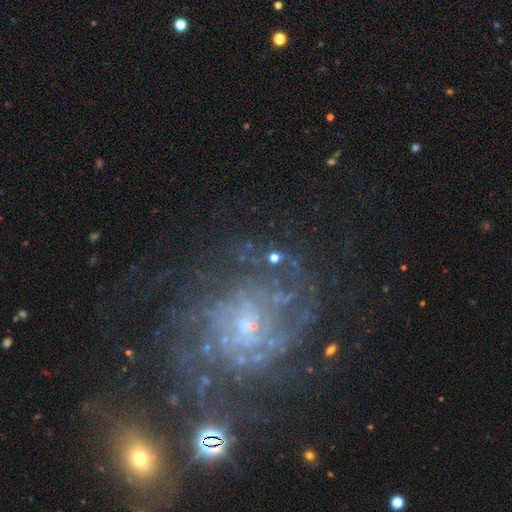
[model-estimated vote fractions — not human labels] Overall: featured or disk (77%). Edge-on disk: no (98%). Bar: no (66%; weak 27%). Spiral arms: yes (87%). Spiral arm count: can't tell (46%; 2 13%). Spiral winding: tight (59%; medium 30%). Bulge size: small (67%). Merging: none (66%).